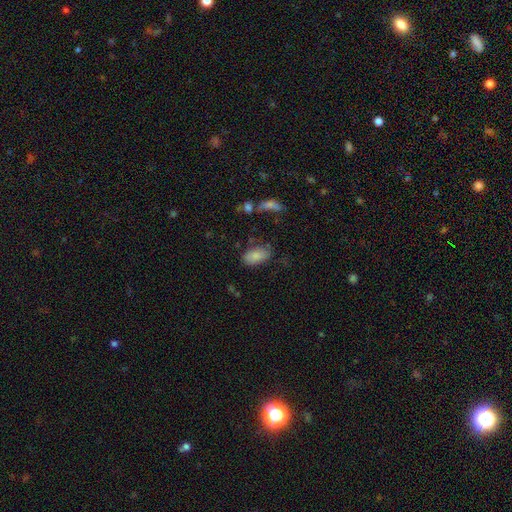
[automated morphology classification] A smooth galaxy with no disk features (84%) that is in between round and cigar-shaped (93%). Merging: none (74%).